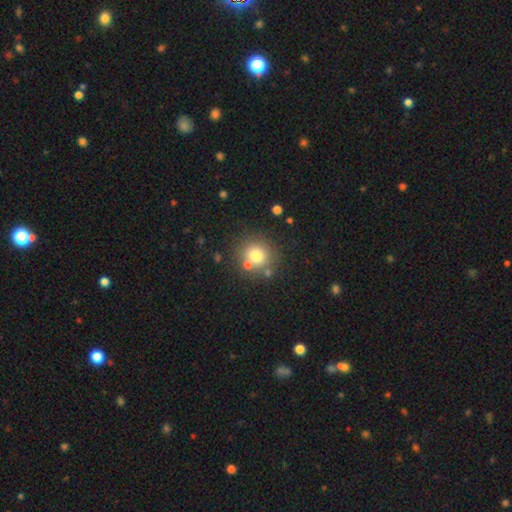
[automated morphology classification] The model was most divided on "smooth or featured": smooth: 75%, star or artifact: 13%, featured or disk: 12%. More confident: how rounded — round (89%); merging — none (74%).